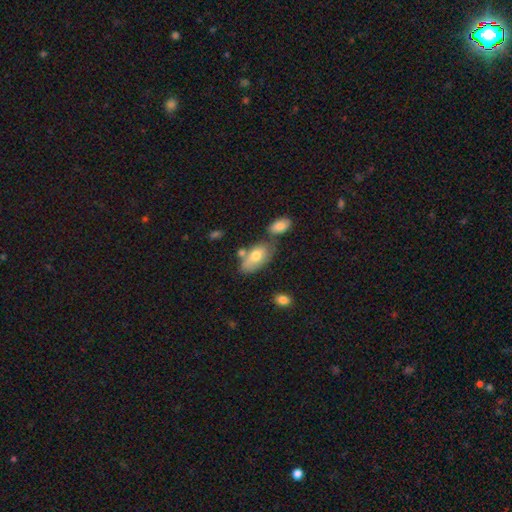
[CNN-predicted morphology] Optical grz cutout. It shows a smooth galaxy with no disk features (70%) that is in between round and cigar-shaped (92%). Merging: none (48%).